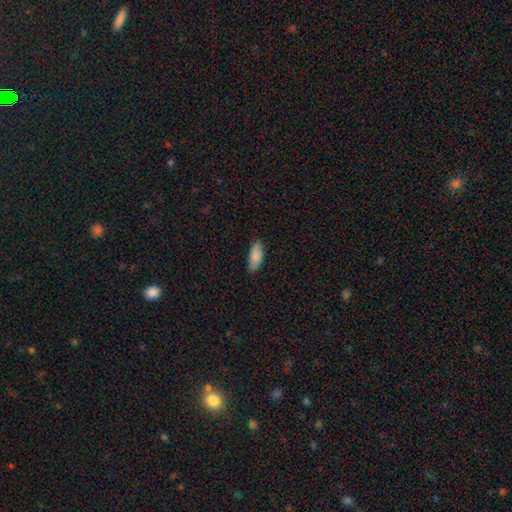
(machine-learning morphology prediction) Q: Smooth or featured?
A: smooth (85%); runner-up: featured or disk (9%)
Q: How rounded?
A: in between (82%); runner-up: cigar-shaped (16%)
Q: Merging?
A: none (84%); runner-up: minor disturbance (13%)